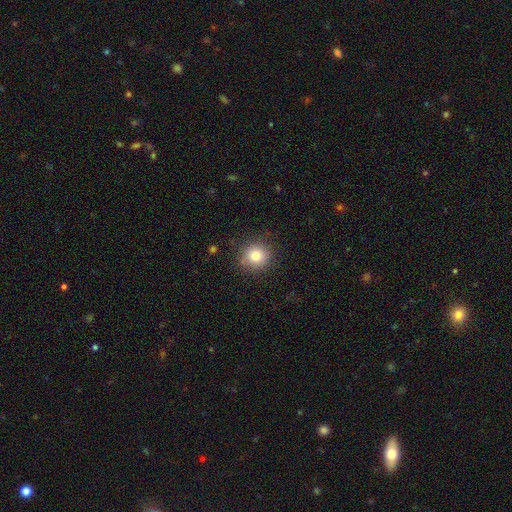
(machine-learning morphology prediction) Q: Smooth or featured?
A: smooth (79%); runner-up: star or artifact (11%)
Q: How rounded?
A: round (89%); runner-up: in between (10%)
Q: Merging?
A: none (85%); runner-up: minor disturbance (11%)